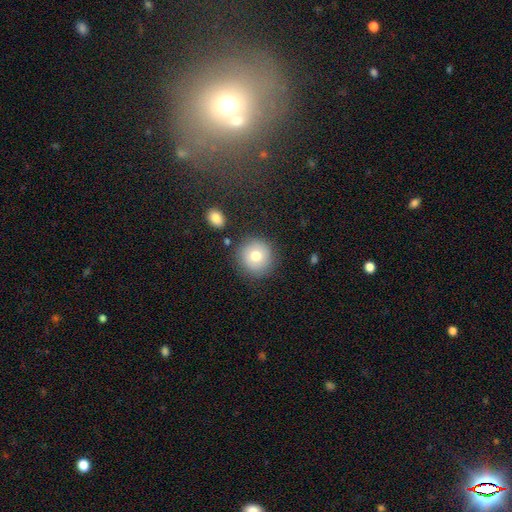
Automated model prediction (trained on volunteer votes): Smooth or featured: smooth — 74% (featured or disk — 15%)
How rounded: round — 92% (in between — 8%)
Merging: none — 84% (minor disturbance — 9%)